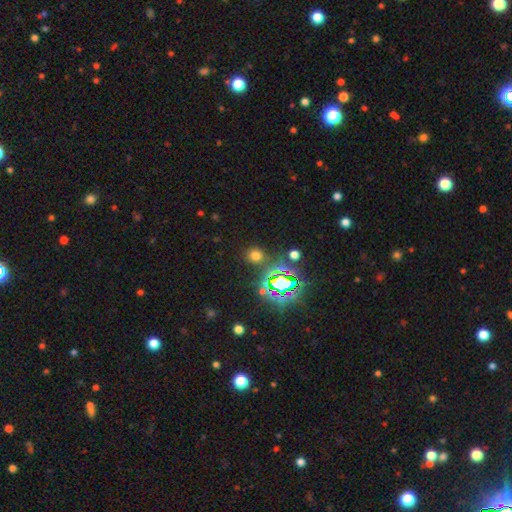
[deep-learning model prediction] This is possibly a smooth galaxy (59%). How rounded: clearly round (83%). Merging: clearly none (83%).